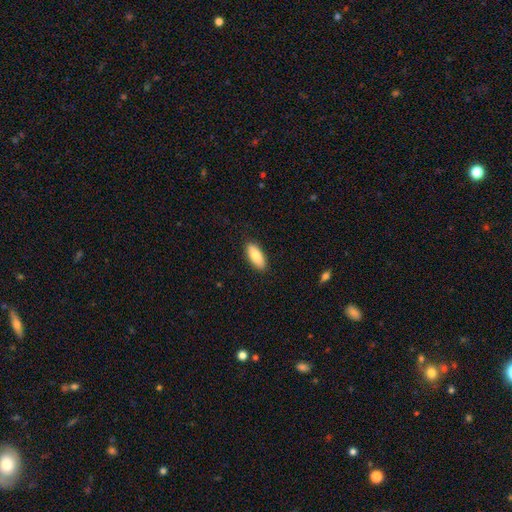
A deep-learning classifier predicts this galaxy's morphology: type=smooth (81%); roundness=in between (81%); merging=none (89%).